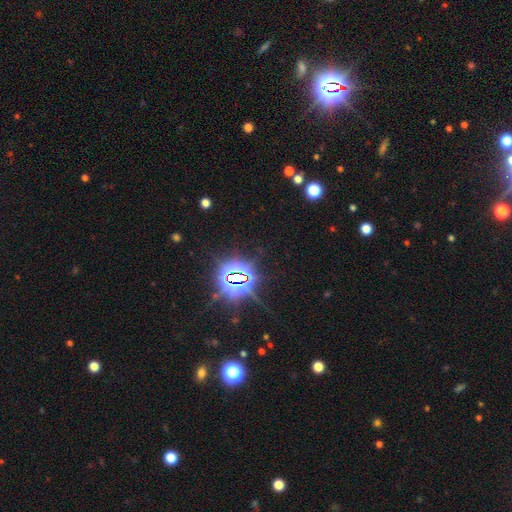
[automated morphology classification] Q: Smooth or featured?
A: star or artifact (84%); runner-up: smooth (9%)